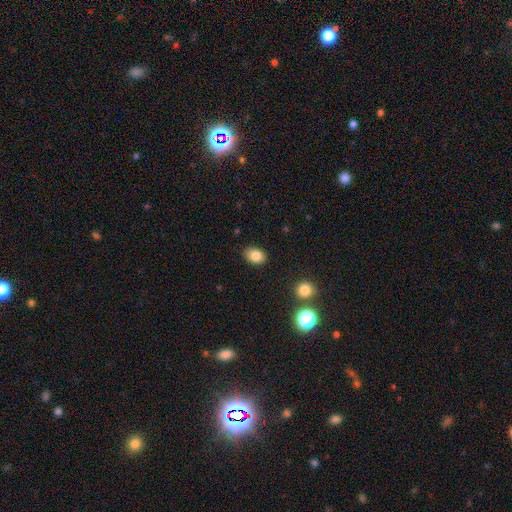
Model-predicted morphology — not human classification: A smooth galaxy with no disk features (84%) that is in between round and cigar-shaped (78%).

Vote fractions:
- Smooth or featured? smooth: 84% / star or artifact: 10% / featured or disk: 6%
- How rounded? in between: 78% / round: 21% / cigar-shaped: 1%
- Merging? none: 86% / minor disturbance: 11% / major disturbance: 2% / merger: 2%